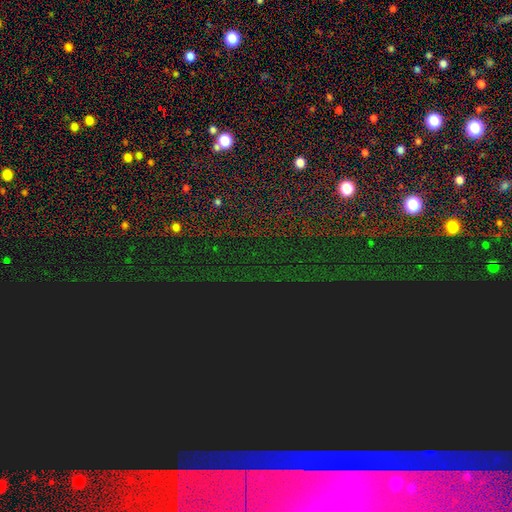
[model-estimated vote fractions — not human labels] The model was most divided on "smooth or featured": star or artifact: 83%, smooth: 10%, featured or disk: 7%.